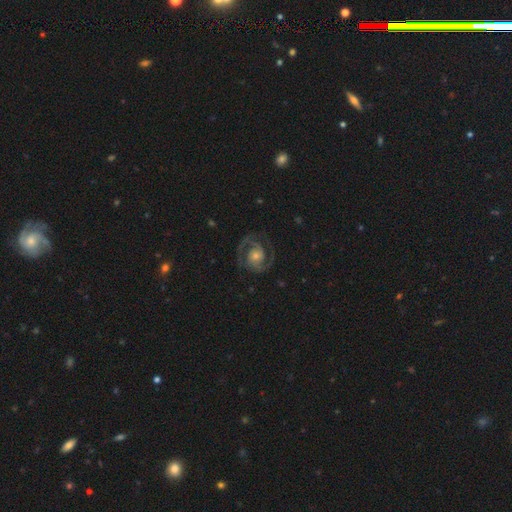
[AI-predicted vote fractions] This is clearly a featured or disk galaxy (89%). It is clearly not viewed edge-on (98%). Bar: likely no (60%). Spiral arm pattern: clearly yes (97%). Spiral arm count: clearly 2 (90%). Spiral winding: possibly medium (53%). Central bulge: possibly moderate (46%). Merging: clearly none (81%).